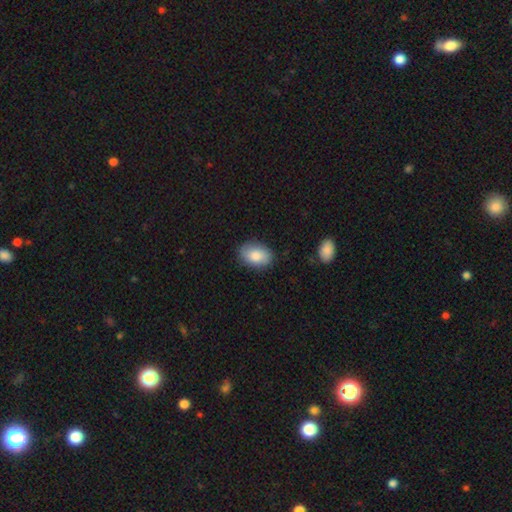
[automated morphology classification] Smooth or featured? smooth (81%)
How rounded? in between (83%)
Merging? none (82%)